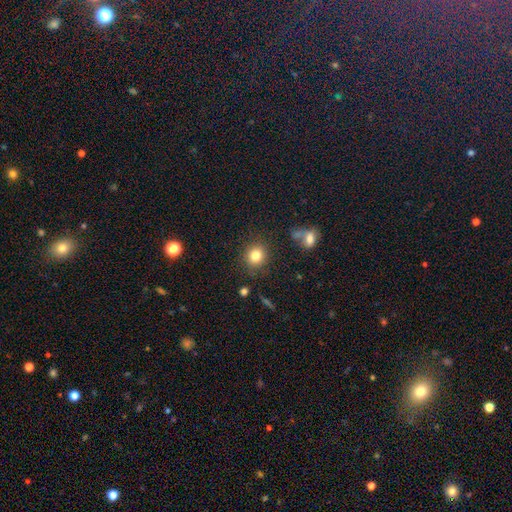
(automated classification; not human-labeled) Smooth or featured?
  - smooth: 82% *
  - star or artifact: 11%
  - featured or disk: 7%
How rounded?
  - round: 84% *
  - in between: 14%
  - cigar-shaped: 1%
Merging?
  - none: 86% *
  - minor disturbance: 8%
  - major disturbance: 3%
  - merger: 3%